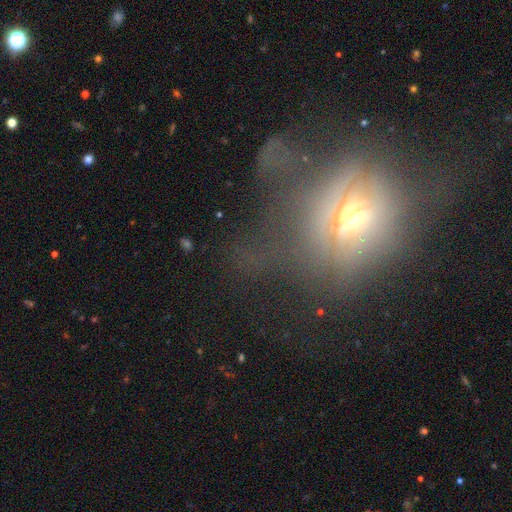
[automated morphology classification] Smooth or featured? featured or disk (44%)
Merging? major disturbance (39%)